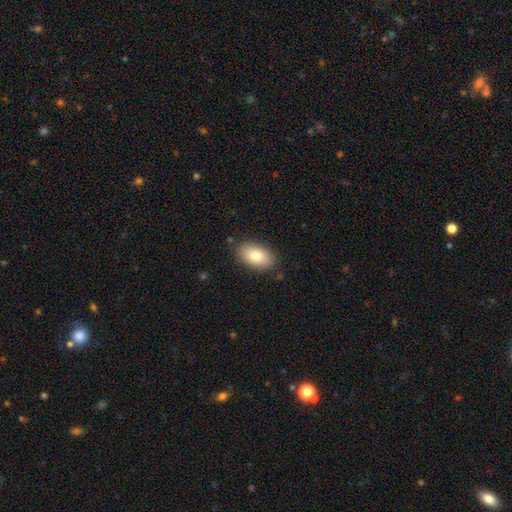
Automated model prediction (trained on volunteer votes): smooth-or-featured: smooth: 81% | featured or disk: 12% | star or artifact: 7%
  how-rounded: in between: 93% | round: 5% | cigar-shaped: 2%
  merging: none: 84% | minor disturbance: 12% | major disturbance: 3% | merger: 2%